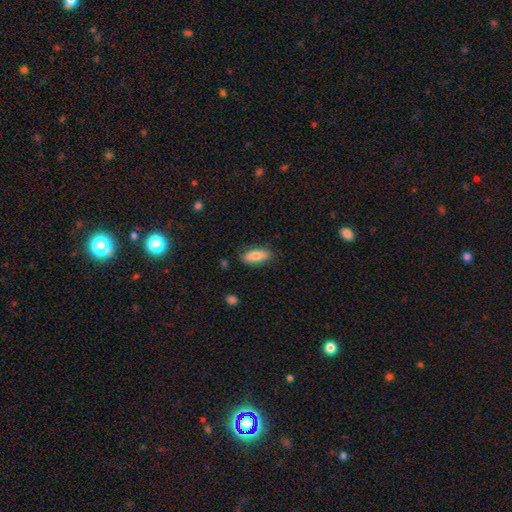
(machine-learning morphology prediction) smooth_or_featured: smooth (p=0.77) [alt: featured or disk p=0.16]
how_rounded: in between (p=0.72) [alt: cigar-shaped p=0.26]
merging: none (p=0.82) [alt: minor disturbance p=0.14]